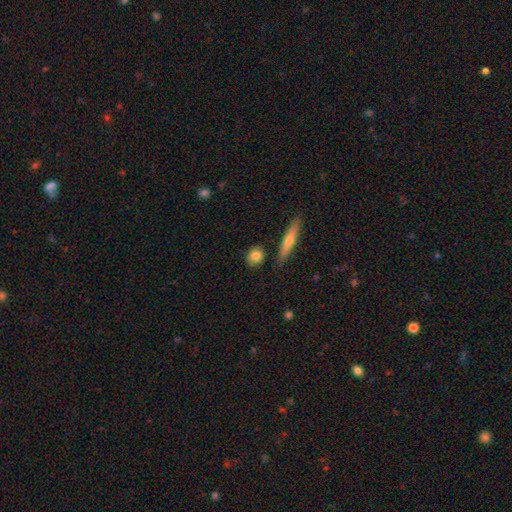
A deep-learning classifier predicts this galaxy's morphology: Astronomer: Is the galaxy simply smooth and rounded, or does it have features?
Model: smooth — 81%.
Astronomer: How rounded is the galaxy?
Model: round — 63%.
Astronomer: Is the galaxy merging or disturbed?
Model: none — 83%.